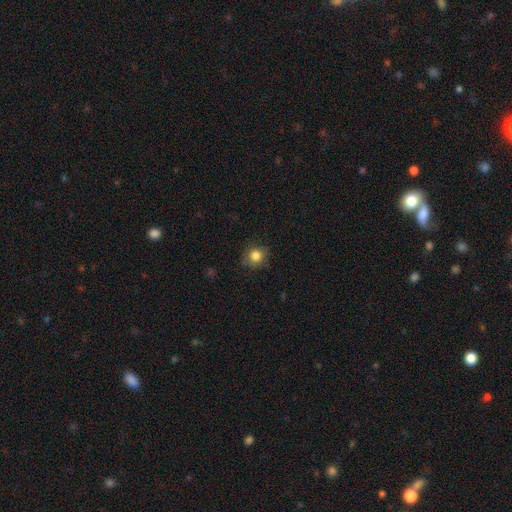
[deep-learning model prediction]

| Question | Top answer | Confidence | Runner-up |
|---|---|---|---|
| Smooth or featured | smooth | 82% | star or artifact (11%) |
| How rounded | round | 83% | in between (16%) |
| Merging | none | 80% | minor disturbance (15%) |